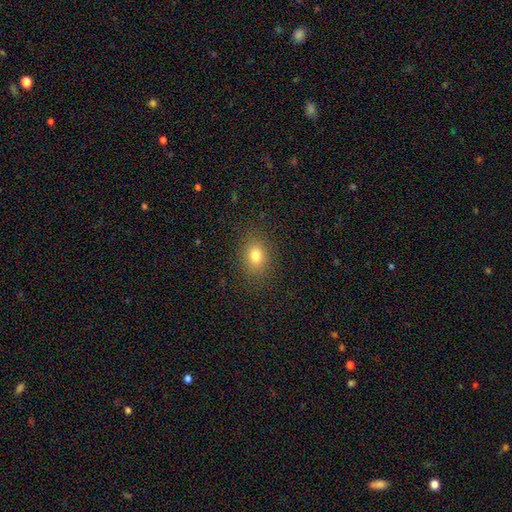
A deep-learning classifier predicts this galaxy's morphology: Q: Smooth or featured?
A: smooth (79%); runner-up: star or artifact (13%)
Q: How rounded?
A: in between (61%); runner-up: round (38%)
Q: Merging?
A: none (85%); runner-up: minor disturbance (10%)